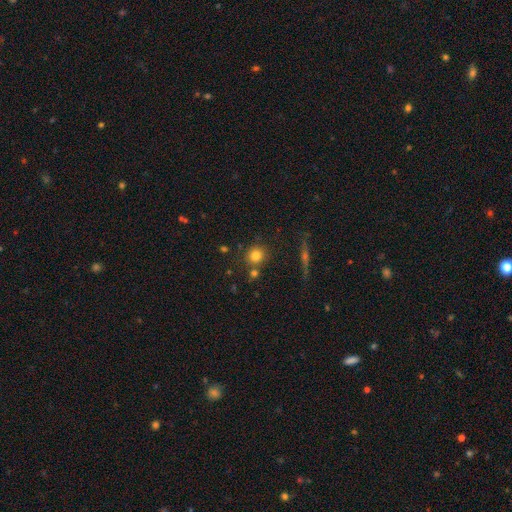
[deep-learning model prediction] smooth-or-featured: smooth: 78% | star or artifact: 12% | featured or disk: 9%
  how-rounded: round: 88% | in between: 10% | cigar-shaped: 2%
  merging: none: 74% | merger: 13% | minor disturbance: 10% | major disturbance: 3%